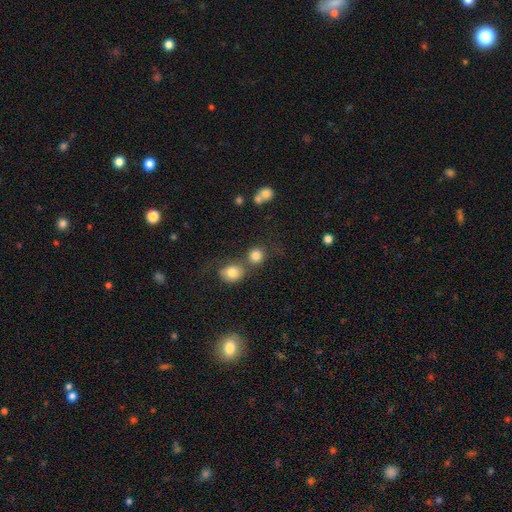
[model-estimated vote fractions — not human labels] Smooth or featured? smooth (82%)
How rounded? round (86%)
Merging? none (58%)